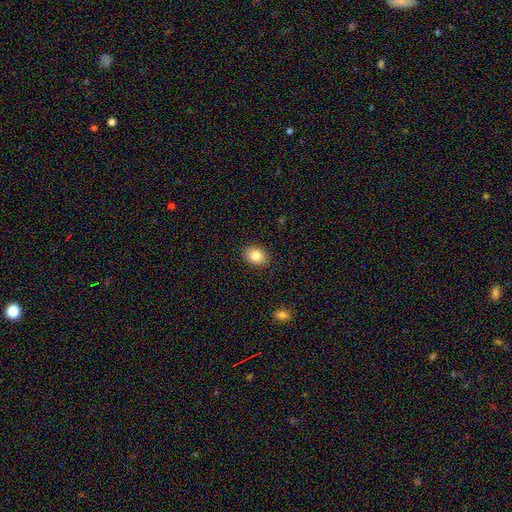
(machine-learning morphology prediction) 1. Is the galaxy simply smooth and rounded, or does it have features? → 84% smooth, 9% star or artifact, 8% featured or disk.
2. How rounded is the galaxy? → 63% in between, 36% round, 1% cigar-shaped.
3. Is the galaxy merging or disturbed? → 89% none, 8% minor disturbance, 2% major disturbance, 1% merger.